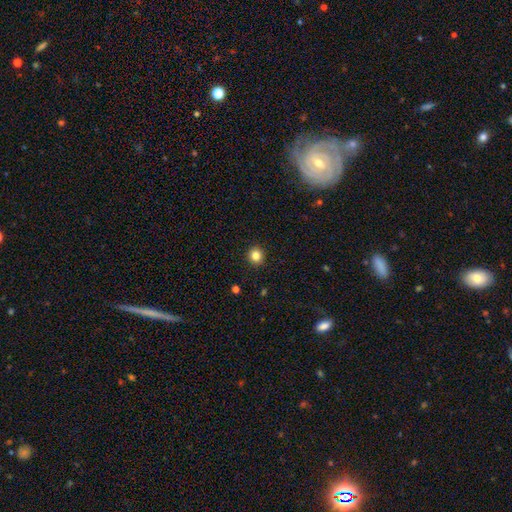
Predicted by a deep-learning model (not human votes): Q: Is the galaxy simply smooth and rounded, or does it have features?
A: smooth — 84%.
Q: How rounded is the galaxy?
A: round — 93%.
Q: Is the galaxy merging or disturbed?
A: none — 93%.